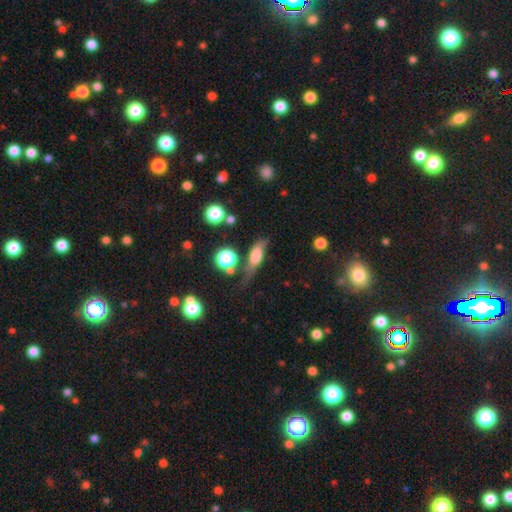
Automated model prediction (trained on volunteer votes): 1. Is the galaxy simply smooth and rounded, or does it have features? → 58% smooth, 30% featured or disk, 12% star or artifact.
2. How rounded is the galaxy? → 61% in between, 29% cigar-shaped, 10% round.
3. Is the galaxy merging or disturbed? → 42% none, 29% minor disturbance, 21% major disturbance, 9% merger.